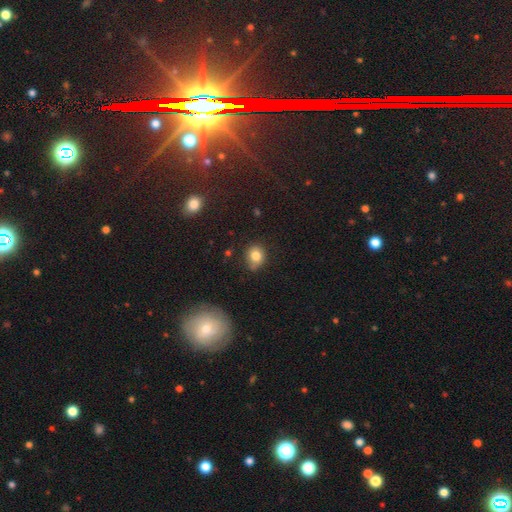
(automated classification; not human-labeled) smooth 80%, star or artifact 11%, featured or disk 9%. Down the decision tree: how rounded — round (67%); merging — none (66%).